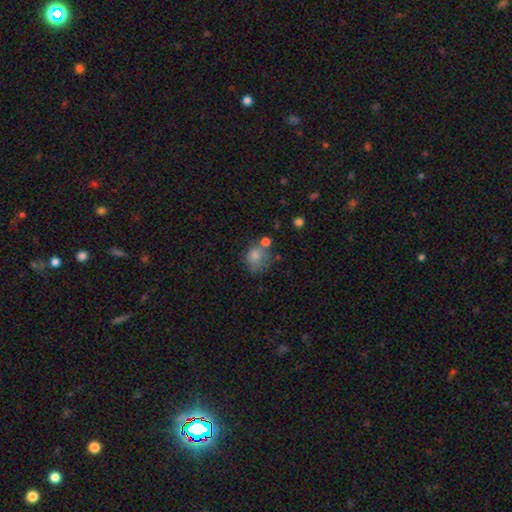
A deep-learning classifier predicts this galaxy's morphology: smooth 78%, featured or disk 11%, star or artifact 11%. Down the decision tree: how rounded — round (63%); merging — none (45%).